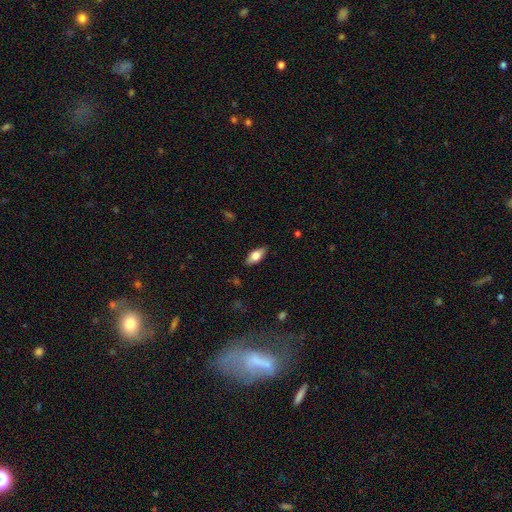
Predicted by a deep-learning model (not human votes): Q: Smooth or featured?
A: smooth (71%); runner-up: featured or disk (22%)
Q: How rounded?
A: in between (84%); runner-up: cigar-shaped (13%)
Q: Merging?
A: none (85%); runner-up: minor disturbance (11%)